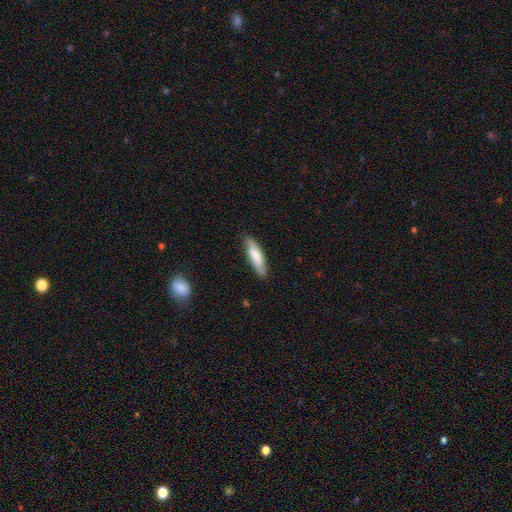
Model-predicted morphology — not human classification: Smooth or featured: smooth — 72% (featured or disk — 23%)
How rounded: cigar-shaped — 70% (in between — 29%)
Merging: none — 83% (minor disturbance — 14%)